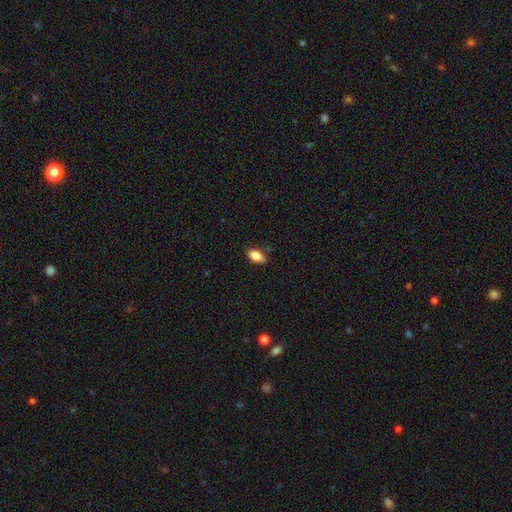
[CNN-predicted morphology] smooth 81%, featured or disk 12%, star or artifact 8%. Down the decision tree: how rounded — in between (88%); merging — none (83%).